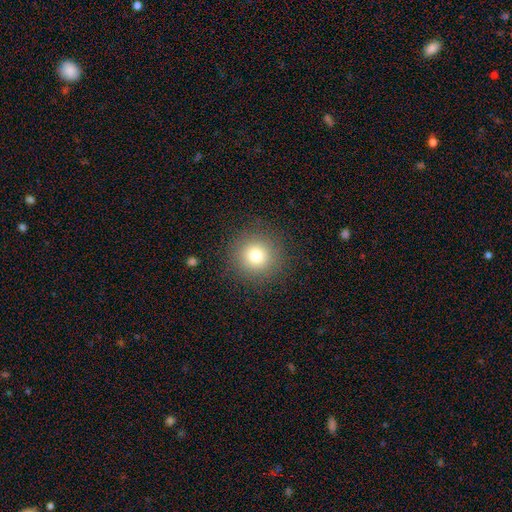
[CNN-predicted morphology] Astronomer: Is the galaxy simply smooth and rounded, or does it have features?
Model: smooth — 78%.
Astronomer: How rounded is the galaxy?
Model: round — 95%.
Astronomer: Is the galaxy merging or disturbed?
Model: none — 89%.